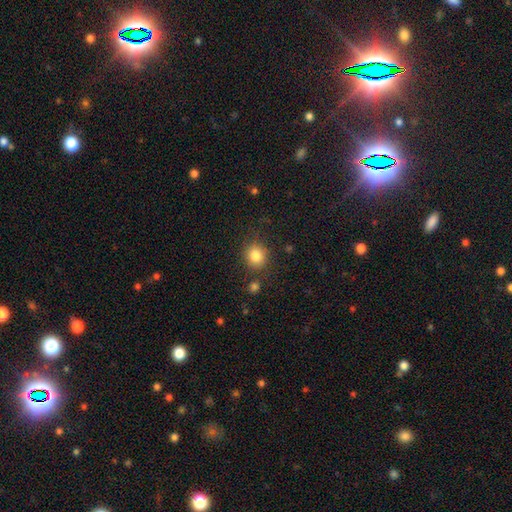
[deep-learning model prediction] Smooth or featured? Predicted: smooth (p=0.83). How rounded? Predicted: round (p=0.83). Merging? Predicted: none (p=0.82).